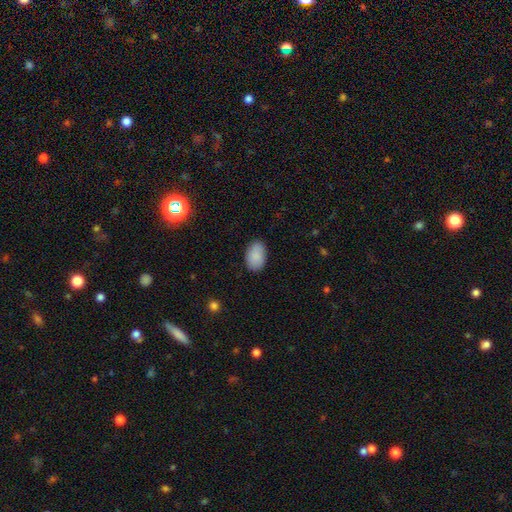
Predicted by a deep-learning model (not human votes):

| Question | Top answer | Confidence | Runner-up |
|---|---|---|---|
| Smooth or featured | smooth | 89% | star or artifact (7%) |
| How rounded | in between | 91% | round (8%) |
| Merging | none | 86% | minor disturbance (10%) |